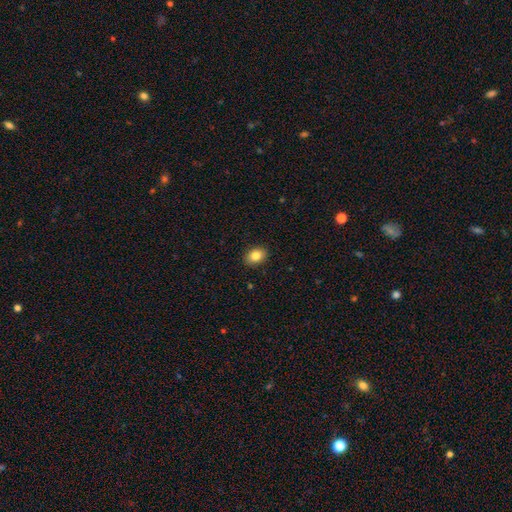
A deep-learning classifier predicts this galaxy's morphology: smooth-or-featured: smooth: 84% | star or artifact: 9% | featured or disk: 7%
  how-rounded: in between: 70% | round: 29% | cigar-shaped: 1%
  merging: none: 90% | minor disturbance: 8% | major disturbance: 2% | merger: 1%